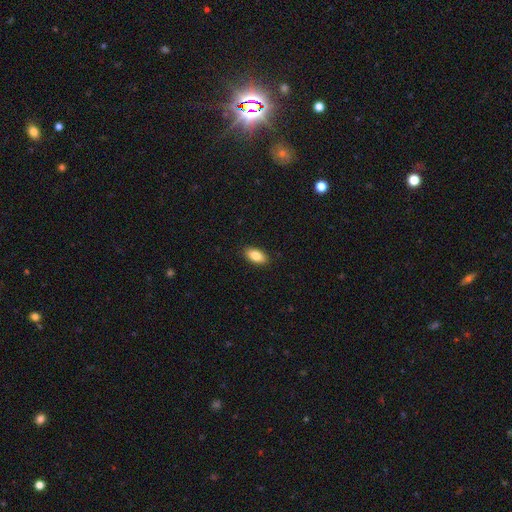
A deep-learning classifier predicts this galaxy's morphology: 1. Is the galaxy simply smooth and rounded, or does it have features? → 85% smooth, 8% featured or disk, 7% star or artifact.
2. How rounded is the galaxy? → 93% in between, 4% cigar-shaped, 4% round.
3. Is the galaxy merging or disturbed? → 90% none, 8% minor disturbance, 2% major disturbance, 1% merger.